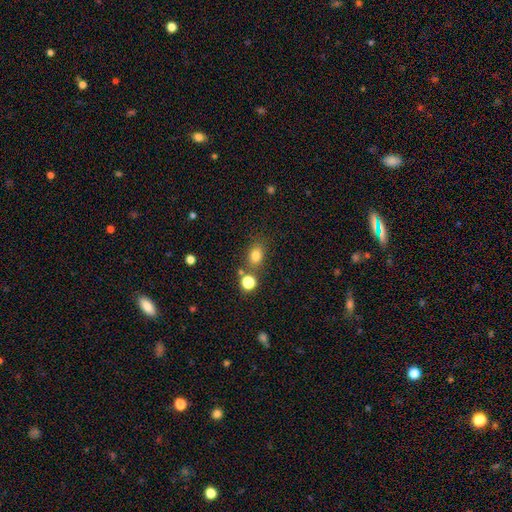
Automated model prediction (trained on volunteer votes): This is clearly a smooth galaxy (80%). How rounded: possibly in between (59%). Merging: likely none (71%).